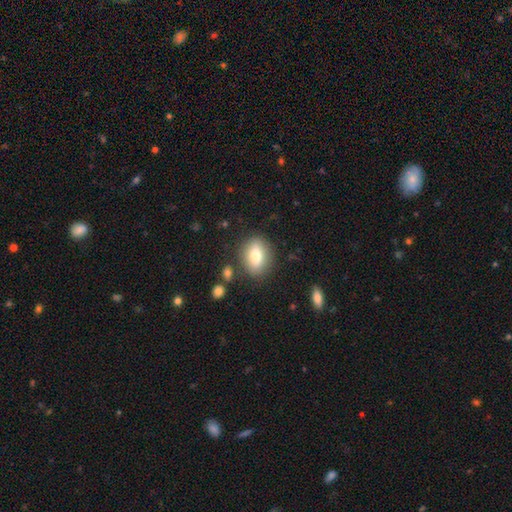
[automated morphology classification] Smooth or featured? smooth (74%)
How rounded? in between (67%)
Merging? none (83%)